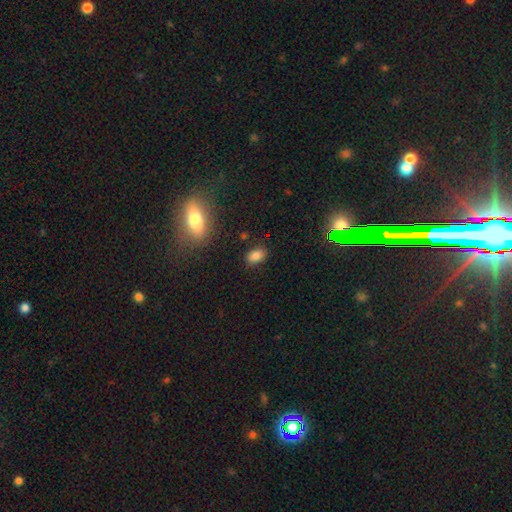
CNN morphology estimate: type=smooth (81%); roundness=in between (86%); merging=none (82%).